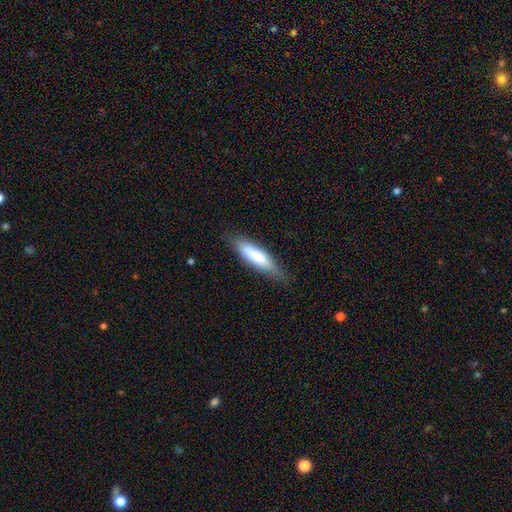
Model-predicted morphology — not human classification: A smooth galaxy with no disk features (77%) that is cigar-shaped (66%).

Vote fractions:
- Smooth or featured? smooth: 77% / featured or disk: 18% / star or artifact: 6%
- How rounded? cigar-shaped: 66% / in between: 33% / round: 1%
- Merging? none: 76% / minor disturbance: 19% / major disturbance: 4% / merger: 1%